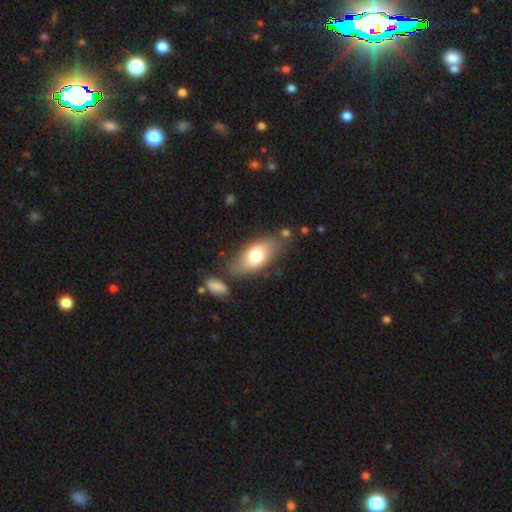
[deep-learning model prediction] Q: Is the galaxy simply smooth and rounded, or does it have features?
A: smooth — 70%.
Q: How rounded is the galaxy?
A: in between — 88%.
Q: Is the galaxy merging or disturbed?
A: none — 68%.